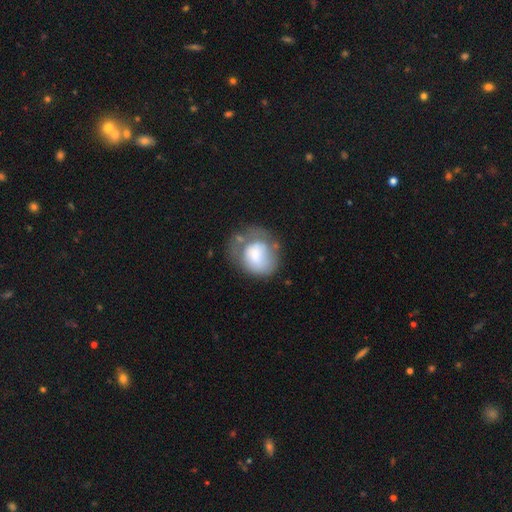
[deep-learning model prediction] smooth-or-featured: smooth: 65% | featured or disk: 27% | star or artifact: 8%
  how-rounded: round: 61% | in between: 38% | cigar-shaped: 1%
  merging: none: 37% | minor disturbance: 27% | major disturbance: 27% | merger: 9%